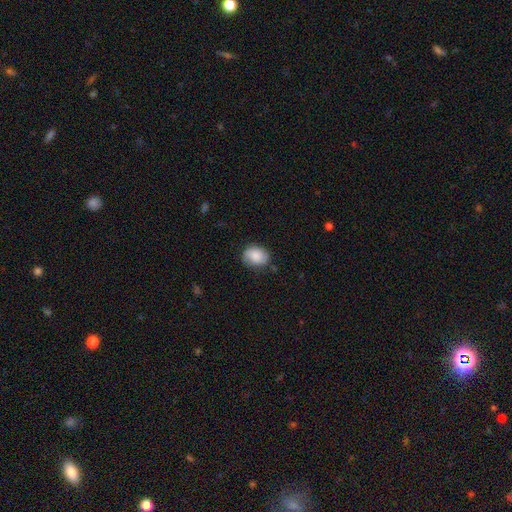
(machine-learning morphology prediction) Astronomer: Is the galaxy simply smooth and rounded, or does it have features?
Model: smooth — 76%.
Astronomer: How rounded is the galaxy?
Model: in between — 52% (runner-up: round, 47%).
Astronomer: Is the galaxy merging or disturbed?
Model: none — 72%.